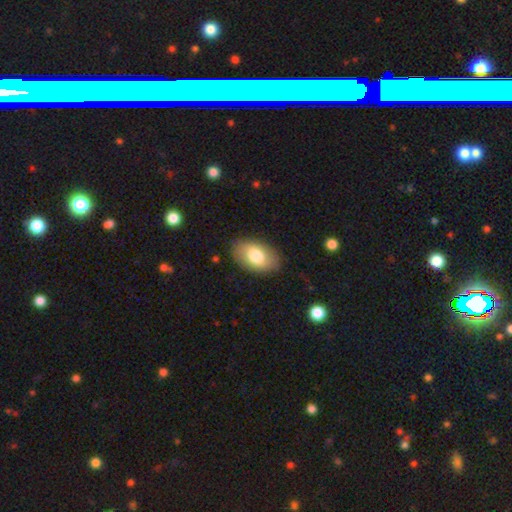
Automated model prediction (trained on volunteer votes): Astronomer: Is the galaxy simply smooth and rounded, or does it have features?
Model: smooth — 77%.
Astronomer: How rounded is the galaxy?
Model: in between — 93%.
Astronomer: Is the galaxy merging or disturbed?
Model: none — 86%.